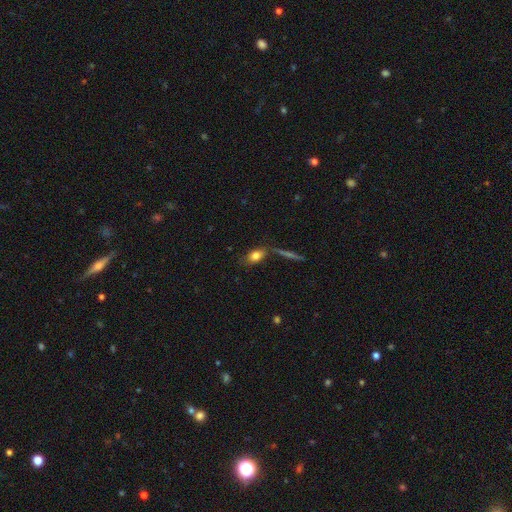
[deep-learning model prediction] Overall: smooth (77%). How rounded: in between (80%). Merging: none (66%).